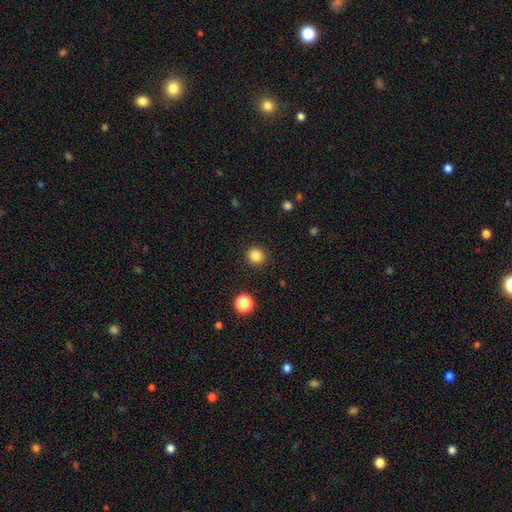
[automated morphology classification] smooth 85%, star or artifact 11%, featured or disk 4%. Down the decision tree: how rounded — round (93%); merging — none (92%).